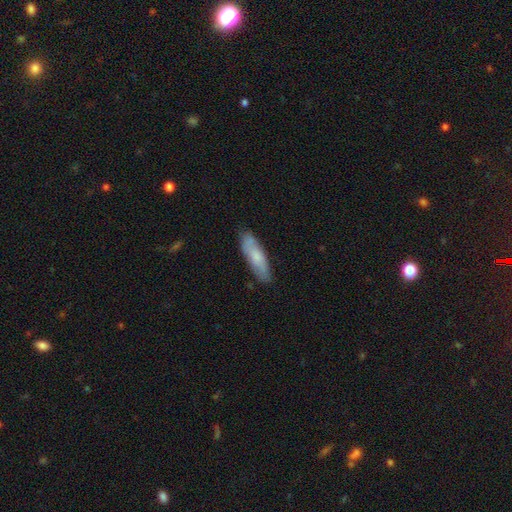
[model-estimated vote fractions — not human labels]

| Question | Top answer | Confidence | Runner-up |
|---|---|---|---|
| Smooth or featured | smooth | 67% | featured or disk (27%) |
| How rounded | cigar-shaped | 53% | in between (45%) |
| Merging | none | 78% | minor disturbance (17%) |